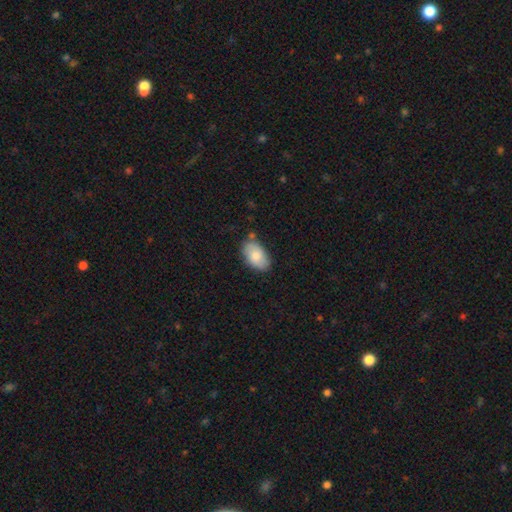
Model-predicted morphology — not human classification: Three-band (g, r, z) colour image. It shows a smooth galaxy with no disk features (79%) that is in between round and cigar-shaped (93%). Merging: none (72%).